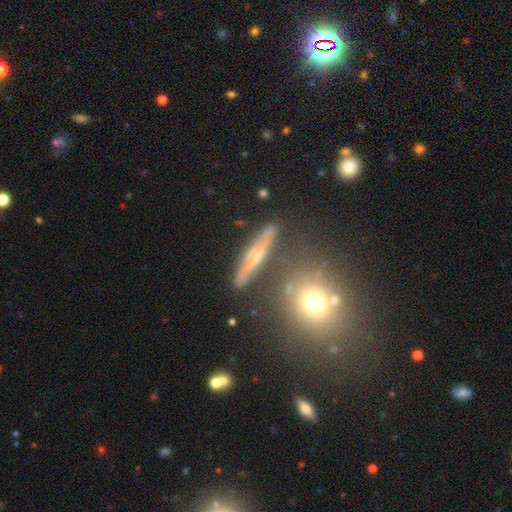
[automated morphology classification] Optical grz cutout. It shows a featured or disk galaxy (59%) viewed edge-on (82%). Merging: none (79%).